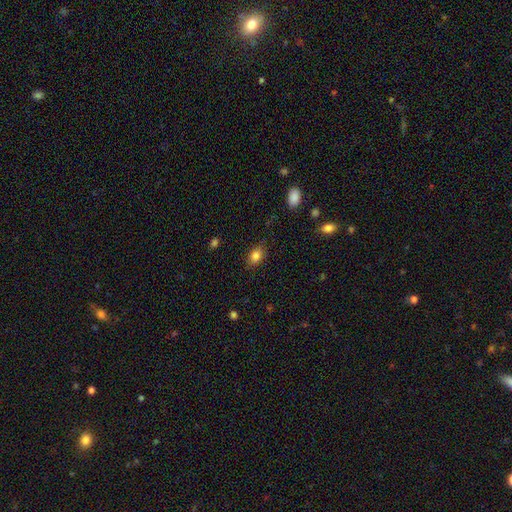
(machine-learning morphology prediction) Smooth or featured? smooth (83%)
How rounded? in between (77%)
Merging? none (84%)